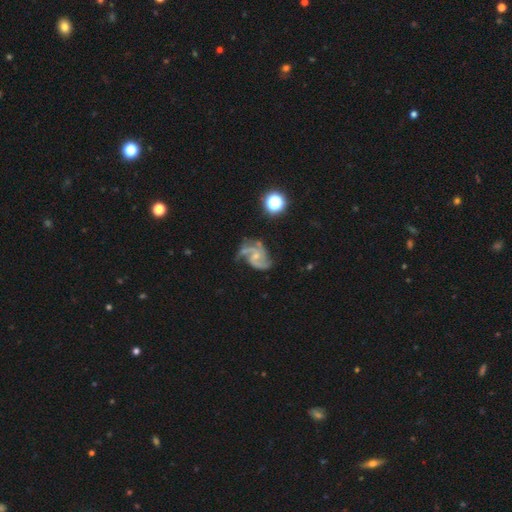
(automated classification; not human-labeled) This appears to be a featured or disk galaxy (89%) with no bar (52%), 2 (64%) medium (55%) spiral arms (98%) and a small central bulge (64%). Merging: none (55%).